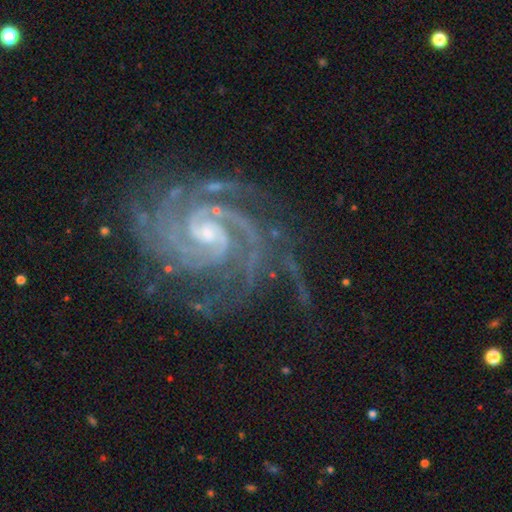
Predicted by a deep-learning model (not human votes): featured or disk 93%, star or artifact 5%, smooth 2%. Down the decision tree: edge-on disk — no (98%); bar — no (51%); spiral arms — yes (99%); spiral arm count — 2 (36%); spiral winding — tight (70%); bulge size — small (63%); merging — none (69%).